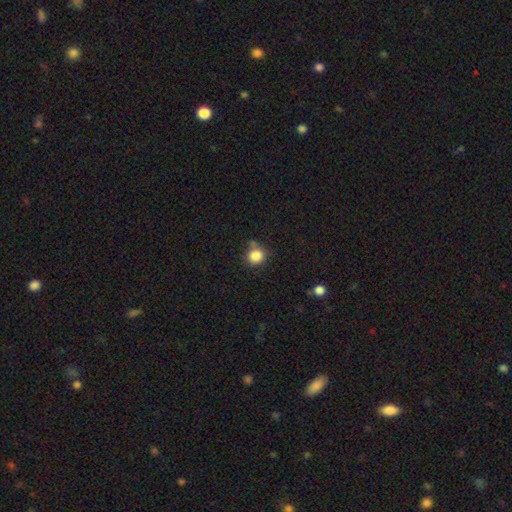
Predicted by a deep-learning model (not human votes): smooth 85%, star or artifact 11%, featured or disk 5%. Down the decision tree: how rounded — round (90%); merging — none (67%).